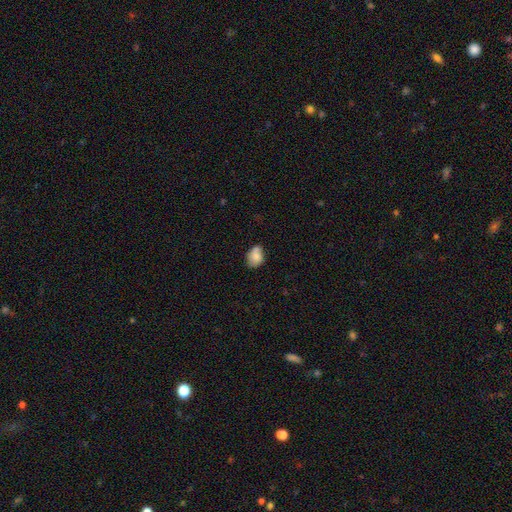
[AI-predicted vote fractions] A smooth galaxy with no disk features (80%) that is in between round and cigar-shaped (71%). Merging: none (53%).